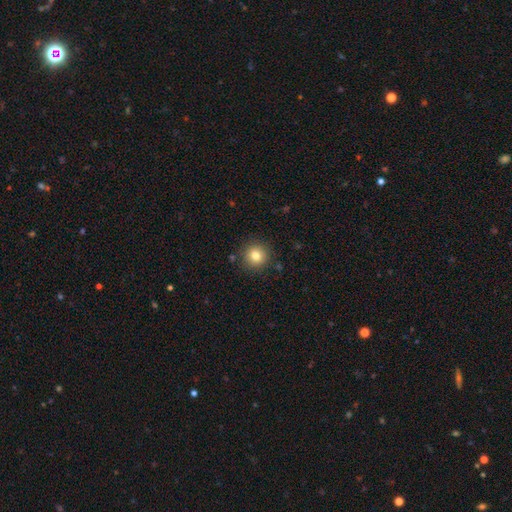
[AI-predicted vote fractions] Q: Smooth or featured?
A: smooth (81%); runner-up: star or artifact (11%)
Q: How rounded?
A: round (93%); runner-up: in between (6%)
Q: Merging?
A: none (88%); runner-up: minor disturbance (7%)